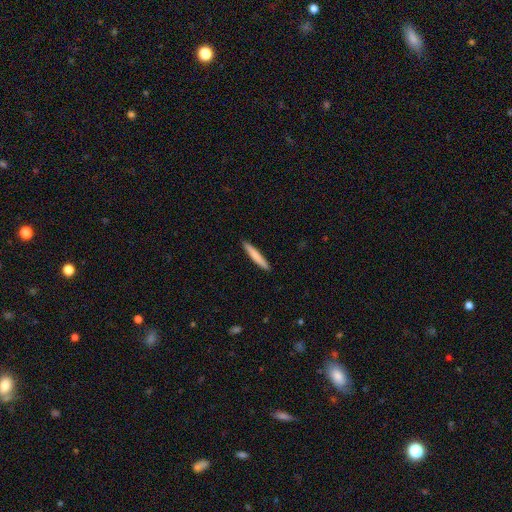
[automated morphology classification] A smooth galaxy with no disk features (77%) that is cigar-shaped (96%). Merging: none (92%).